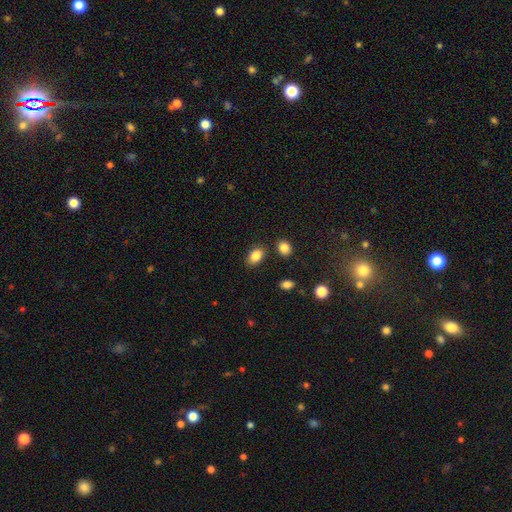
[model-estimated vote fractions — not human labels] A smooth galaxy with no disk features (86%) that is in between round and cigar-shaped (84%).

Vote fractions:
- Smooth or featured? smooth: 86% / star or artifact: 8% / featured or disk: 6%
- How rounded? in between: 84% / round: 14% / cigar-shaped: 2%
- Merging? none: 81% / minor disturbance: 11% / merger: 5% / major disturbance: 3%